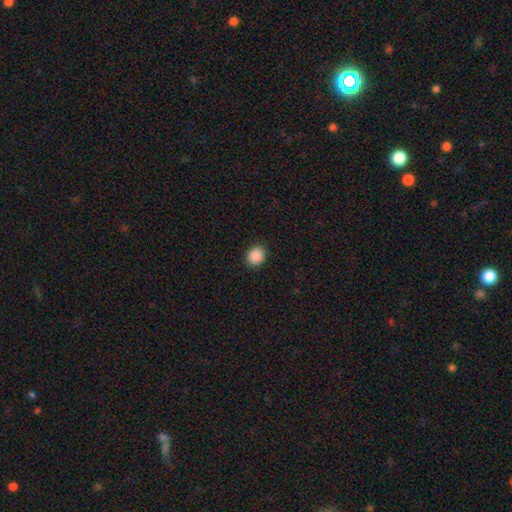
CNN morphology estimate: Smooth or featured?
  - smooth: 89% *
  - star or artifact: 9%
  - featured or disk: 2%
How rounded?
  - round: 79% *
  - in between: 20%
  - cigar-shaped: 1%
Merging?
  - none: 90% *
  - minor disturbance: 7%
  - major disturbance: 2%
  - merger: 1%